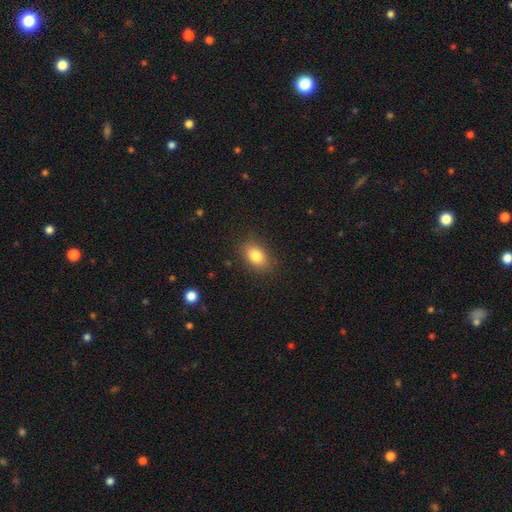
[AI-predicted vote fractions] Smooth or featured?
  - smooth: 82% *
  - star or artifact: 9%
  - featured or disk: 9%
How rounded?
  - in between: 81% *
  - round: 17%
  - cigar-shaped: 2%
Merging?
  - none: 86% *
  - minor disturbance: 10%
  - major disturbance: 3%
  - merger: 1%